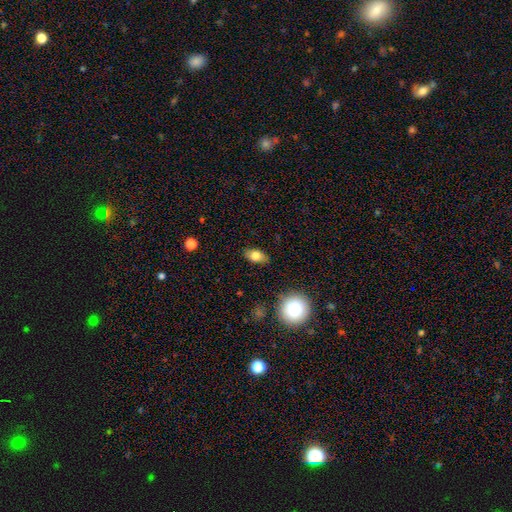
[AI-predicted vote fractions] Smooth or featured?
  - smooth: 78% *
  - featured or disk: 13%
  - star or artifact: 8%
How rounded?
  - in between: 87% *
  - round: 9%
  - cigar-shaped: 4%
Merging?
  - none: 84% *
  - minor disturbance: 12%
  - major disturbance: 3%
  - merger: 1%